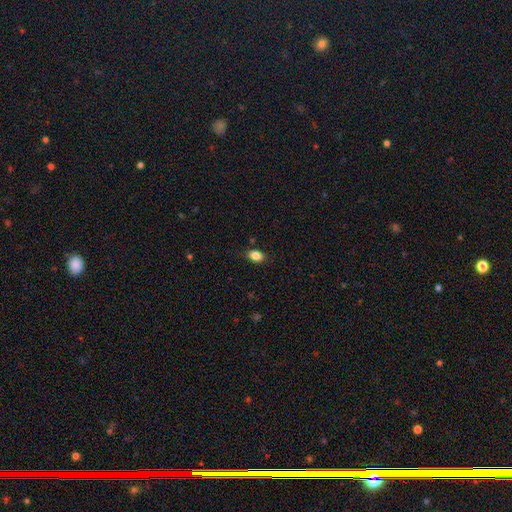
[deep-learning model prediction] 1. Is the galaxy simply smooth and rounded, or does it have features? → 85% smooth, 10% star or artifact, 6% featured or disk.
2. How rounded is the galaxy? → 81% in between, 17% round, 2% cigar-shaped.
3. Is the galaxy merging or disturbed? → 84% none, 12% minor disturbance, 3% major disturbance, 1% merger.